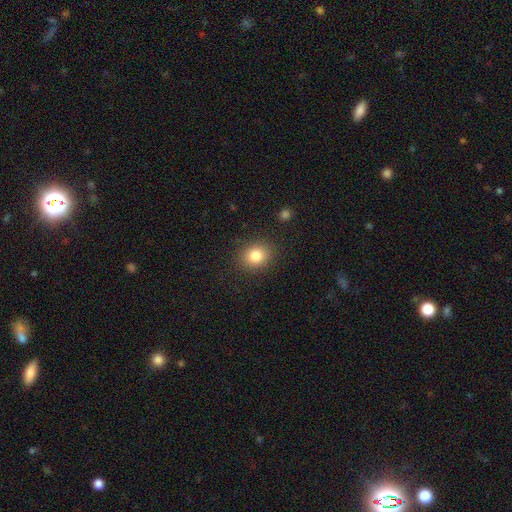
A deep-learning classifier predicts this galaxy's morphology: smooth_or_featured: smooth (p=0.82) [alt: star or artifact p=0.11]
how_rounded: round (p=0.66) [alt: in between p=0.33]
merging: none (p=0.87) [alt: minor disturbance p=0.08]